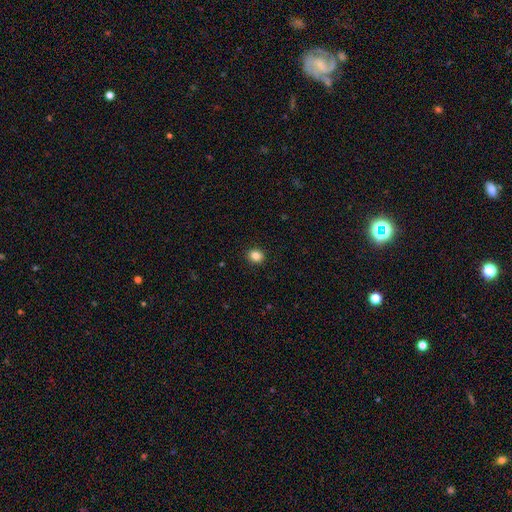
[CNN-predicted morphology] Smooth or featured: smooth — 85% (star or artifact — 11%)
How rounded: round — 73% (in between — 26%)
Merging: none — 92% (minor disturbance — 6%)